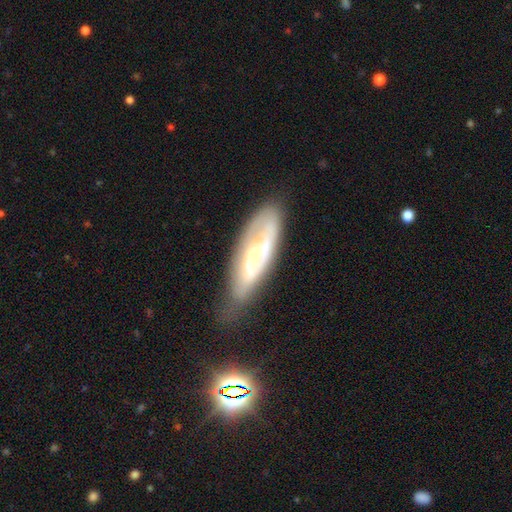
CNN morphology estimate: Overall: featured or disk (66%; smooth 26%). Edge-on disk: no (79%). Bar: no (50%; weak 35%). Spiral arms: yes (70%; no 30%). Bulge size: small (52%; moderate 34%). Merging: none (57%; minor disturbance 28%).